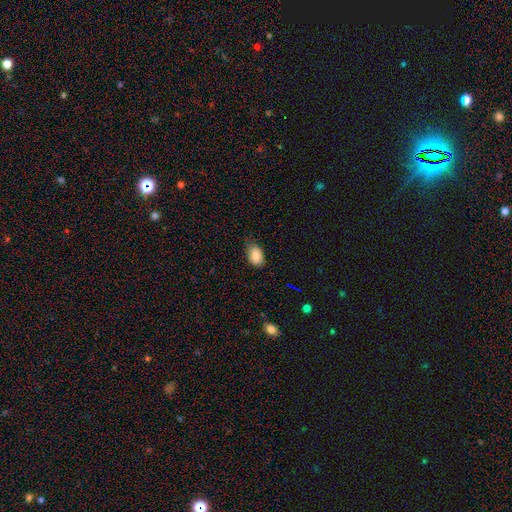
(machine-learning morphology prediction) This is clearly a smooth galaxy (86%). How rounded: clearly in between (87%). Merging: likely none (63%).